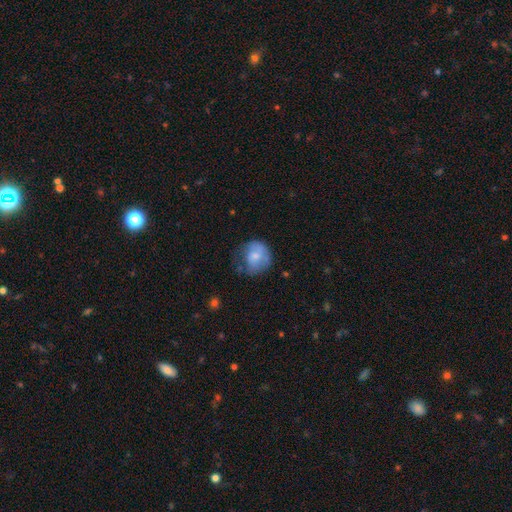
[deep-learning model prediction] Morphology: type=smooth (67%); roundness=round (73%); merging=none (42%).